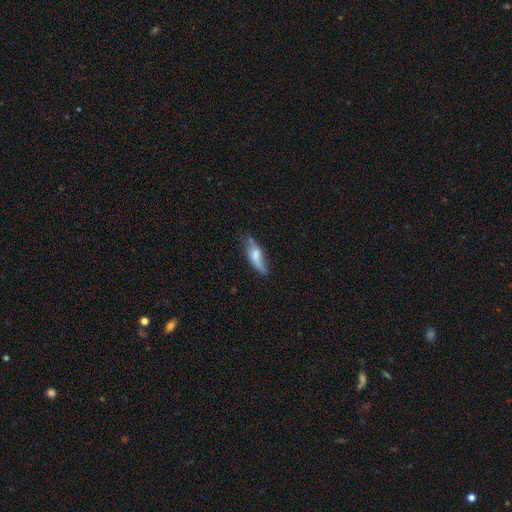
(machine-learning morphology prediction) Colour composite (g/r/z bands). It shows a smooth galaxy with no disk features (58%) that is in between round and cigar-shaped (51%). Merging: none (56%).